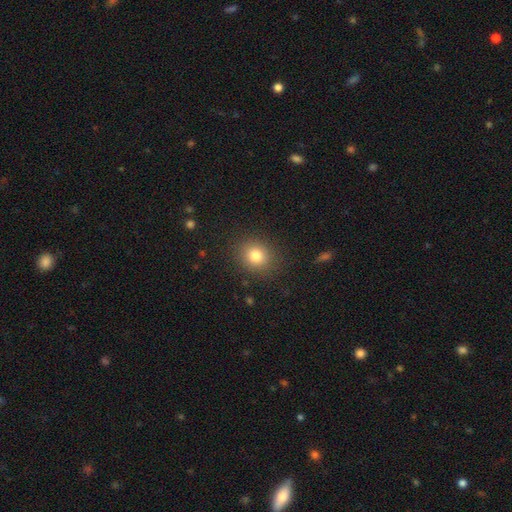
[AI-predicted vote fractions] smooth 81%, star or artifact 12%, featured or disk 7%. Down the decision tree: how rounded — round (76%); merging — none (88%).